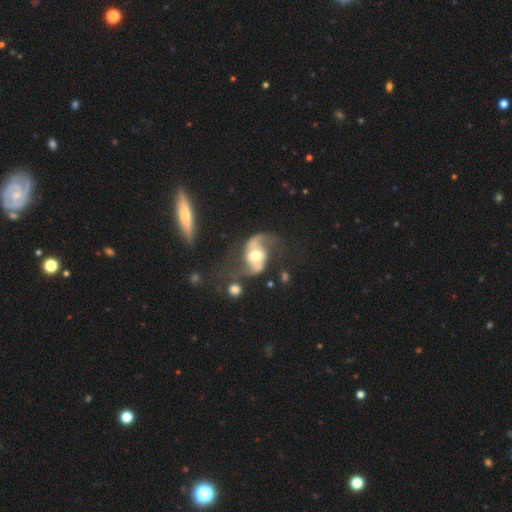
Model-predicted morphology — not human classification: smooth-or-featured: featured or disk: 86% | smooth: 9% | star or artifact: 5%
  disk-edge-on: no: 97% | yes: 3%
    bar: weak: 38% | no: 33% | strong: 29%
    has-spiral-arms: yes: 94% | no: 6%
      spiral-winding: loose: 67% | medium: 27% | tight: 6%
      spiral-arm-count: 2: 90% | 1: 5% | can't tell: 3% | 3: 1% | 4: 1% | more than 4: 1%
    bulge-size: moderate: 65% | small: 20% | large: 12% | dominant: 2% | none: 1%
  merging: none: 54% | major disturbance: 20% | minor disturbance: 18% | merger: 9%